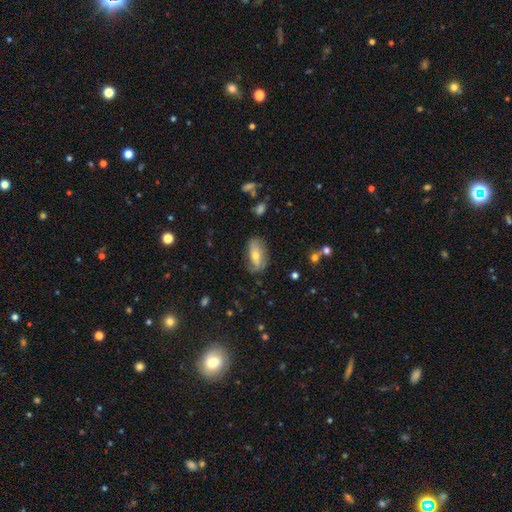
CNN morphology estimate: A smooth galaxy with no disk features (47%). Merging: none (66%).